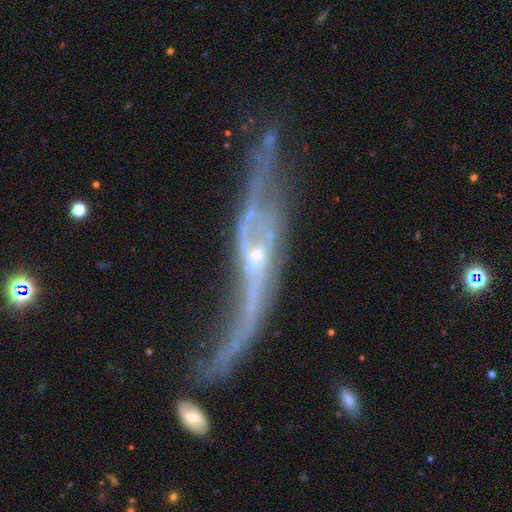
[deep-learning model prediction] smooth_or_featured: featured or disk (p=0.84) [alt: star or artifact p=0.08]
disk_edge_on: no (p=0.65) [alt: yes p=0.35]
bar: no (p=0.55) [alt: weak p=0.30]
has_spiral_arms: yes (p=0.82) [alt: no p=0.18]
bulge_size: small (p=0.72) [alt: moderate p=0.20]
merging: none (p=0.38) [alt: major disturbance p=0.27]